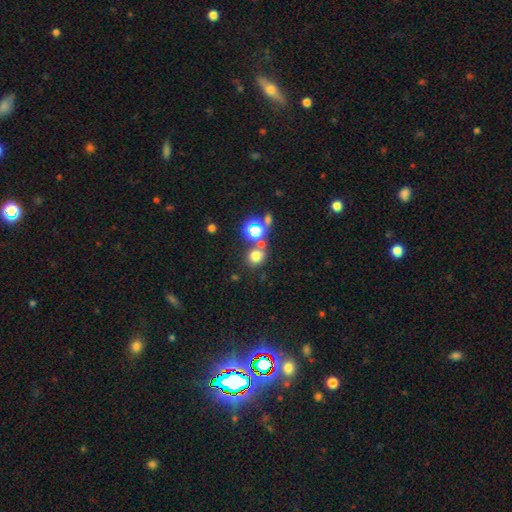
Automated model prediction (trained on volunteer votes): This appears to be a smooth galaxy with no disk features (68%) that is round (79%). Merging: none (63%).